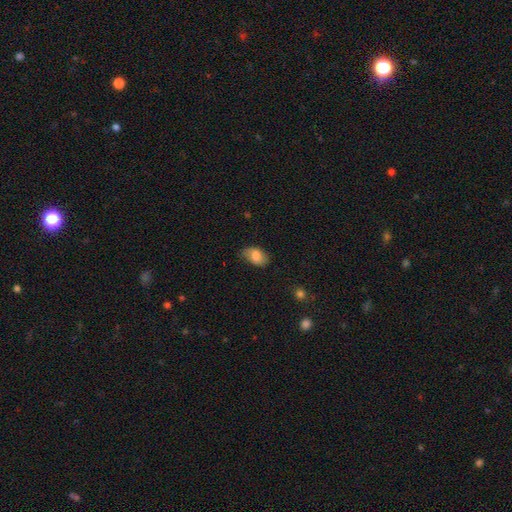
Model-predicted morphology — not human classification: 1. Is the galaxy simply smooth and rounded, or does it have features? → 79% smooth, 13% featured or disk, 8% star or artifact.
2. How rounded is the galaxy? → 90% in between, 9% round, 2% cigar-shaped.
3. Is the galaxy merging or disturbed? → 63% none, 28% minor disturbance, 7% major disturbance, 2% merger.